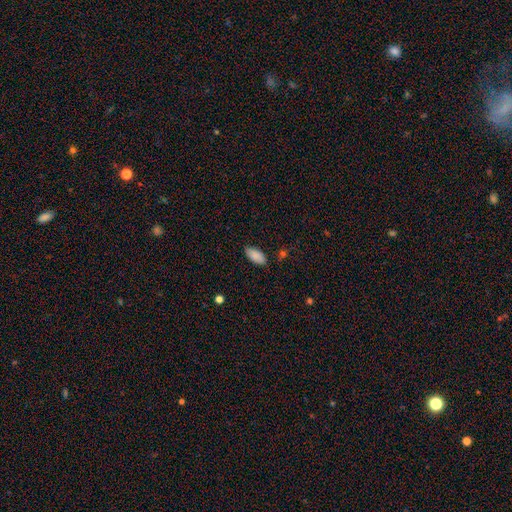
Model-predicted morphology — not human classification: smooth-or-featured: smooth: 88% | star or artifact: 7% | featured or disk: 6%
  how-rounded: in between: 93% | cigar-shaped: 5% | round: 2%
  merging: none: 83% | minor disturbance: 13% | major disturbance: 3% | merger: 1%